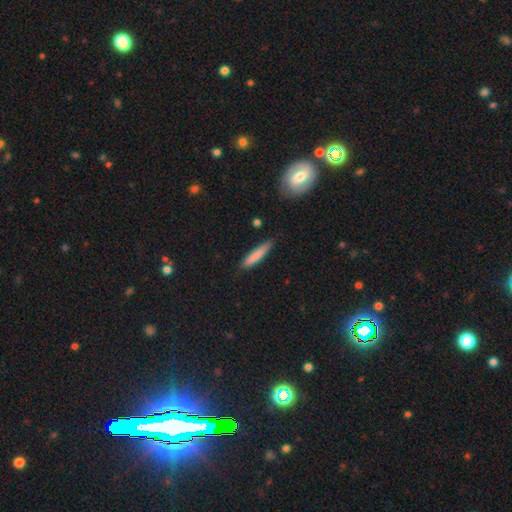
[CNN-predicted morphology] type=smooth (81%); roundness=cigar-shaped (89%); merging=none (83%).